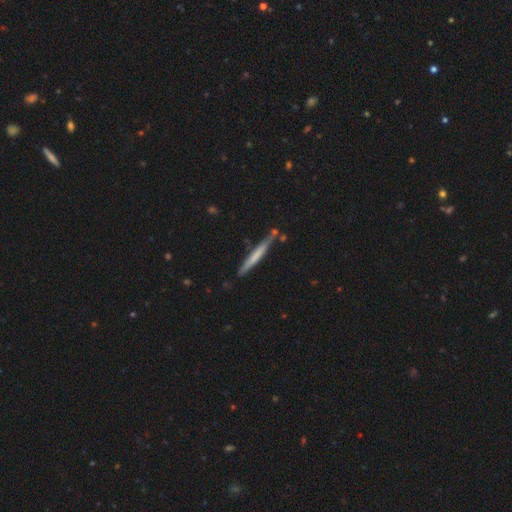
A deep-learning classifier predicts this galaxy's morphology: This appears to be a smooth galaxy with no disk features (55%) that is cigar-shaped (97%). Merging: none (78%).